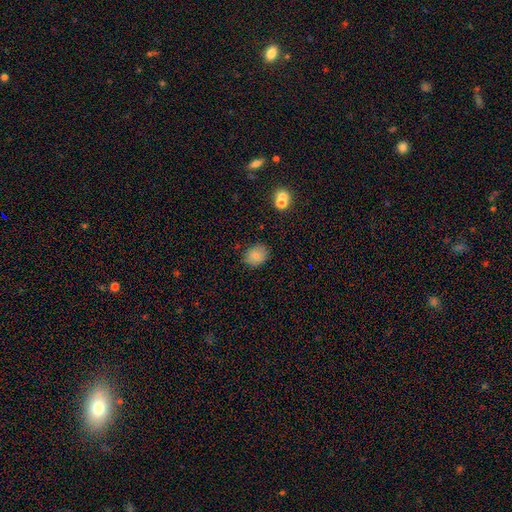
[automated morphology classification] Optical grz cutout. It shows a smooth galaxy with no disk features (83%) that is round (55%). Merging: none (82%).